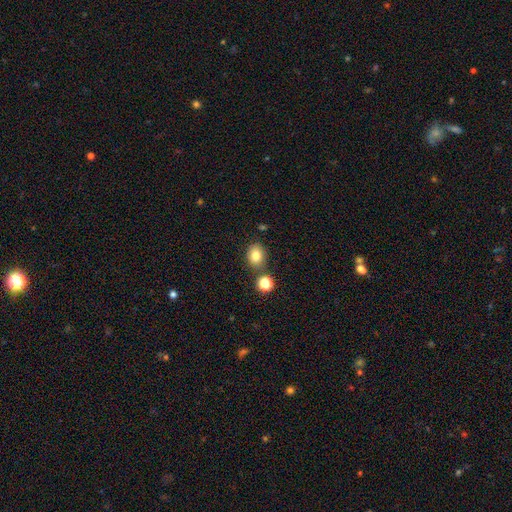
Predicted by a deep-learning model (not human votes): smooth_or_featured: smooth (p=0.81) [alt: star or artifact p=0.11]
how_rounded: in between (p=0.52) [alt: round p=0.47]
merging: none (p=0.76) [alt: minor disturbance p=0.11]